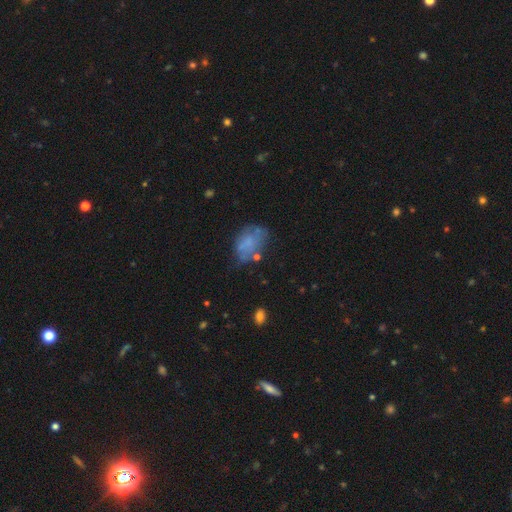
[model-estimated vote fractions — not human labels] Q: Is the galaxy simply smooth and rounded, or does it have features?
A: smooth — 54%.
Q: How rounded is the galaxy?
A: in between — 82%.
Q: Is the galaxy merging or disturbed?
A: none — 50%.